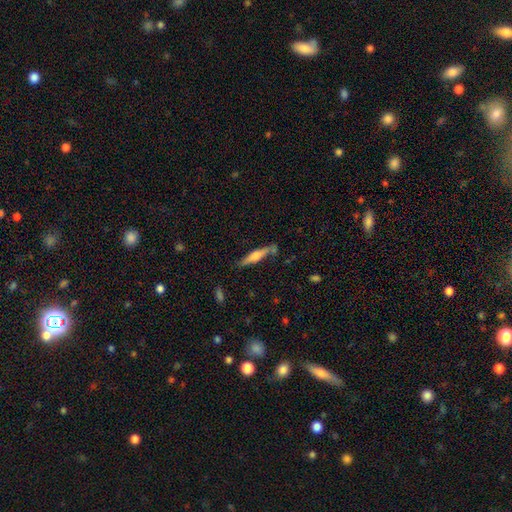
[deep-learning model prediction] Smooth or featured? featured or disk (51%)
Edge-on disk? yes (95%)
Merging? none (76%)